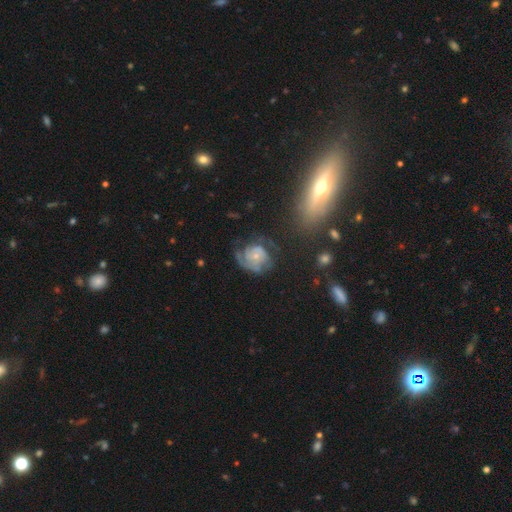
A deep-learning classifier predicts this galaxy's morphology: smooth-or-featured: featured or disk: 75% | smooth: 17% | star or artifact: 8%
  disk-edge-on: no: 98% | yes: 2%
    bar: no: 77% | weak: 19% | strong: 3%
    has-spiral-arms: yes: 90% | no: 10%
      spiral-winding: tight: 54% | medium: 33% | loose: 13%
      spiral-arm-count: 2: 31% | can't tell: 28% | 1: 18% | 3: 15% | 4: 4% | more than 4: 4%
    bulge-size: small: 73% | moderate: 20% | none: 4% | large: 2% | dominant: 1%
  merging: none: 52% | minor disturbance: 22% | major disturbance: 22% | merger: 3%